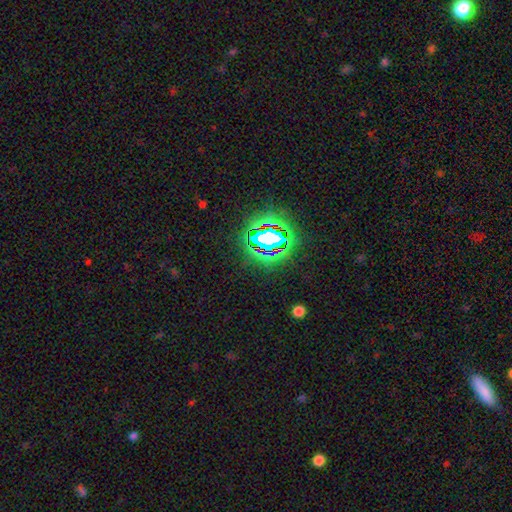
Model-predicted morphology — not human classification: This is clearly a star or artifact rather than a galaxy (82%).